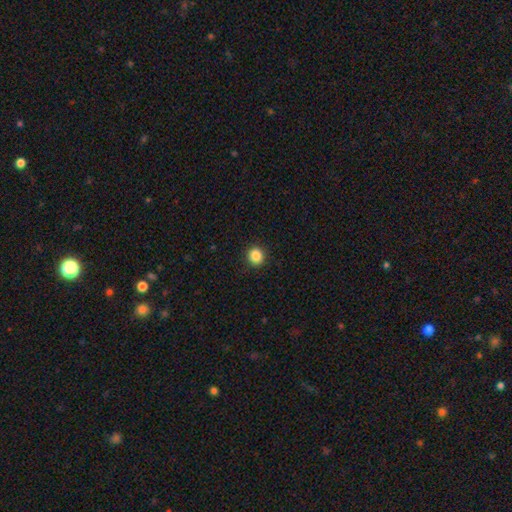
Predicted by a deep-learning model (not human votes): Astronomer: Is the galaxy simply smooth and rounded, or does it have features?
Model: smooth — 87%.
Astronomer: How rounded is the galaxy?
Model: round — 84%.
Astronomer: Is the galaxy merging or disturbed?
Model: none — 91%.